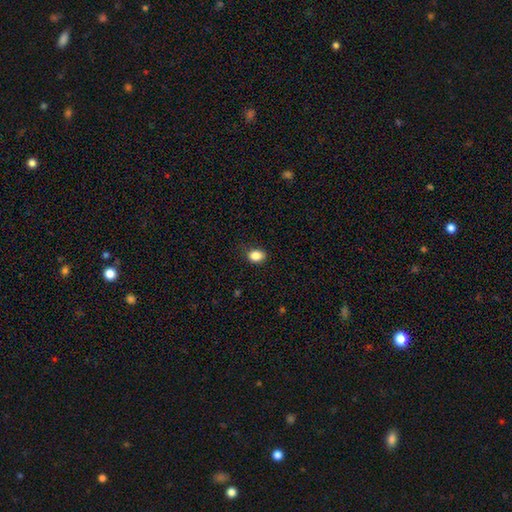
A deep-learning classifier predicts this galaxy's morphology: Overall: smooth (86%). How rounded: in between (69%; round 30%). Merging: none (80%).